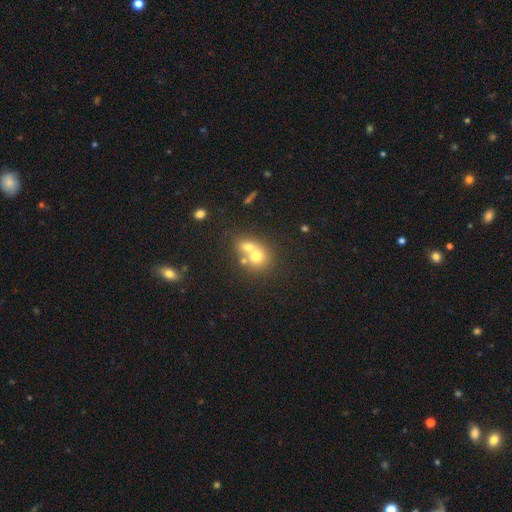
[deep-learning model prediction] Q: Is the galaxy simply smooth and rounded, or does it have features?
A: smooth — 65%.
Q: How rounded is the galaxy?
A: round — 72%.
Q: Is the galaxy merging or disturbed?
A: merger — 63%.